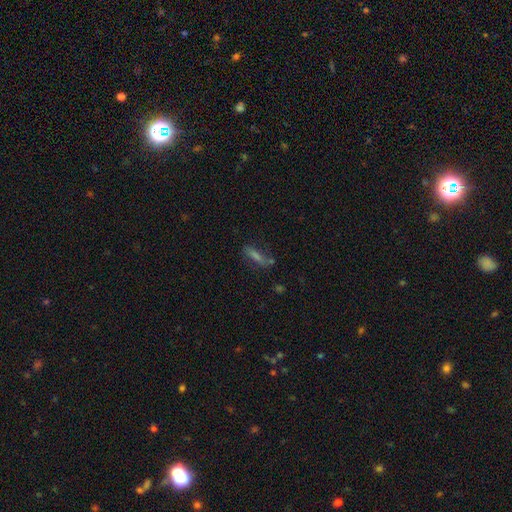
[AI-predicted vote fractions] A smooth galaxy with no disk features (45%).

Vote fractions:
- Smooth or featured? smooth: 45% / featured or disk: 36% / star or artifact: 20%
- Merging? none: 62% / minor disturbance: 20% / major disturbance: 11% / merger: 7%